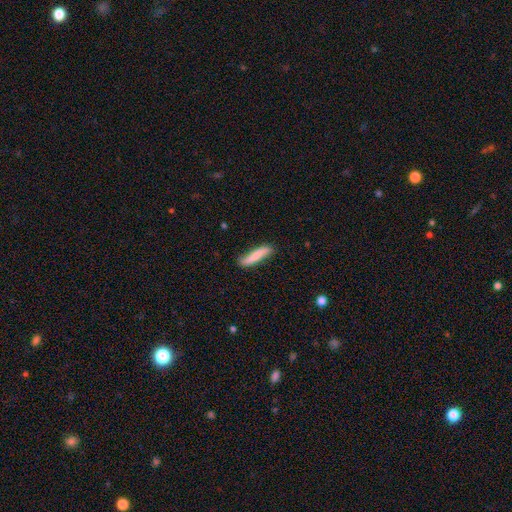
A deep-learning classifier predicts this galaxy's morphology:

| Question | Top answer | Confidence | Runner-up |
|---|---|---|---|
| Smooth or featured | smooth | 72% | featured or disk (23%) |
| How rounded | cigar-shaped | 88% | in between (10%) |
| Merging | none | 76% | minor disturbance (19%) |